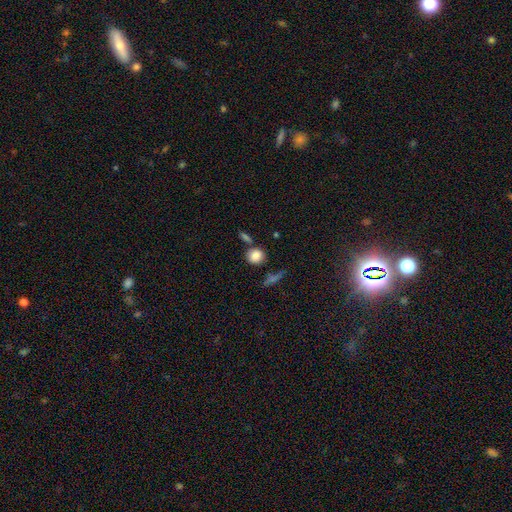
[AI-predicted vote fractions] The model was most divided on "merging": none: 69%, merger: 14%, minor disturbance: 12%, major disturbance: 4%. More confident: smooth or featured — smooth (83%); how rounded — round (77%).